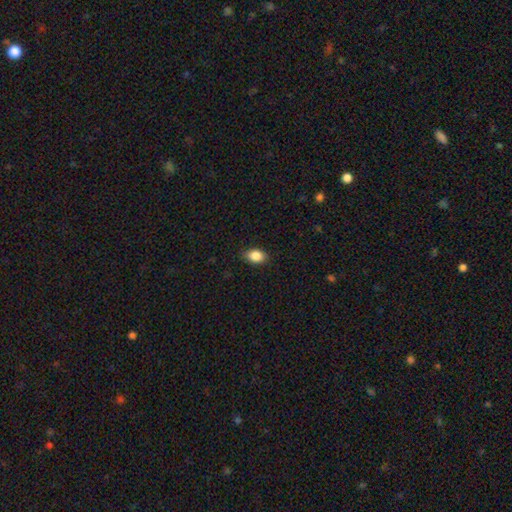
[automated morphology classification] Smooth or featured? smooth (86%)
How rounded? in between (82%)
Merging? none (86%)